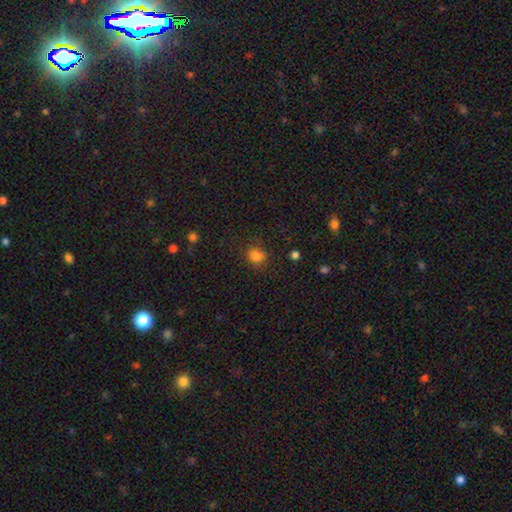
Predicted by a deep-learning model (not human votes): A smooth galaxy with no disk features (81%) that is round (65%).

Vote fractions:
- Smooth or featured? smooth: 81% / star or artifact: 14% / featured or disk: 5%
- How rounded? round: 65% / in between: 34% / cigar-shaped: 1%
- Merging? none: 77% / minor disturbance: 15% / major disturbance: 5% / merger: 3%